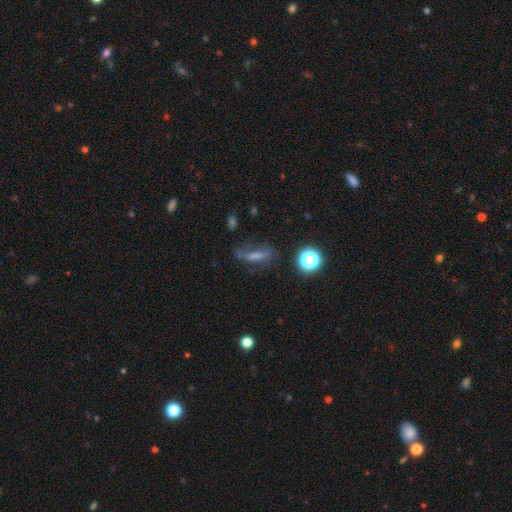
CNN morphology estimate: This is possibly a smooth galaxy (49%). Merging: likely none (62%).